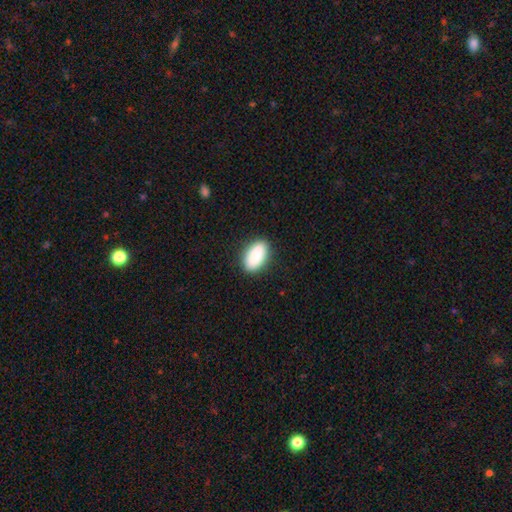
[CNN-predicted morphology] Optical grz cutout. It shows a smooth galaxy with no disk features (89%) that is in between round and cigar-shaped (93%). Merging: none (88%).